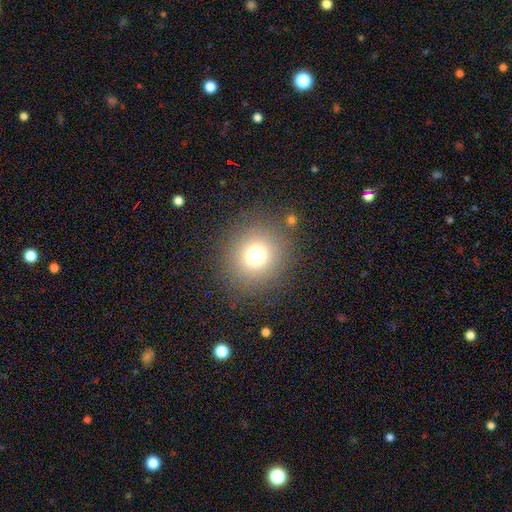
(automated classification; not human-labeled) smooth_or_featured: smooth (p=0.72) [alt: star or artifact p=0.19]
how_rounded: round (p=0.93) [alt: in between p=0.06]
merging: none (p=0.86) [alt: minor disturbance p=0.07]